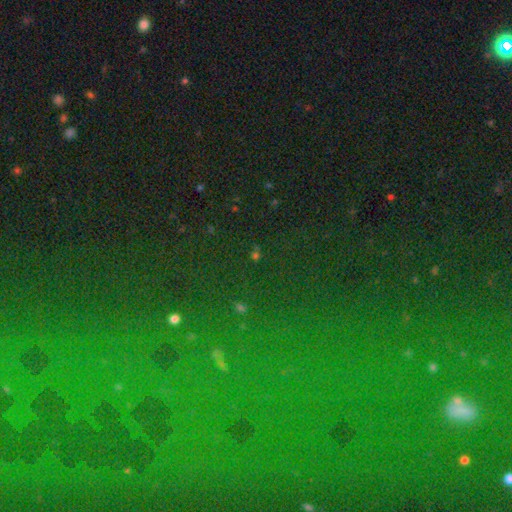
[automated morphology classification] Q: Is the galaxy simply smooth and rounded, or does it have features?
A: star or artifact — 70%.